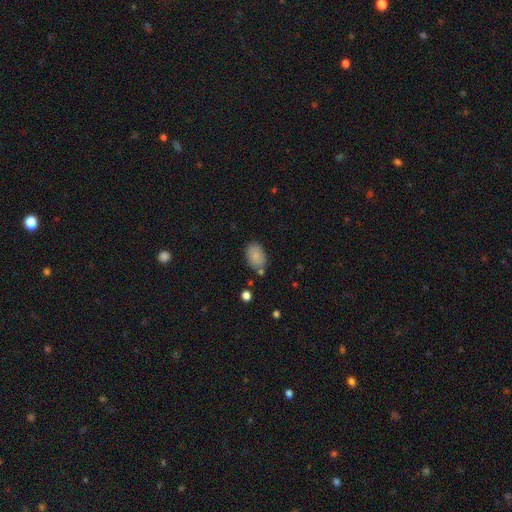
Smooth or featured: smooth — 88% (featured or disk — 8%)
How rounded: in between — 94% (round — 6%)
Merging: none — 68% (minor disturbance — 16%)